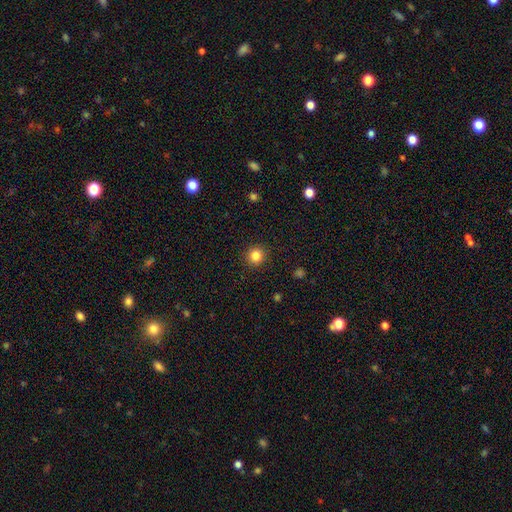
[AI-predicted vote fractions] Smooth or featured: smooth — 84% (star or artifact — 11%)
How rounded: round — 93% (in between — 6%)
Merging: none — 92% (minor disturbance — 5%)